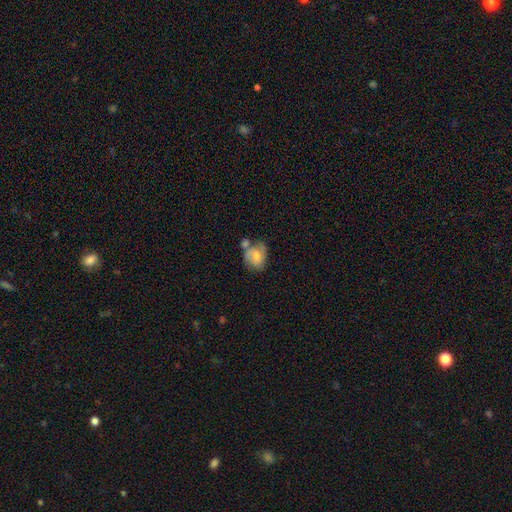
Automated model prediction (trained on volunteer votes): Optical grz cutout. It shows a featured or disk galaxy (50%). Merging: none (38%).